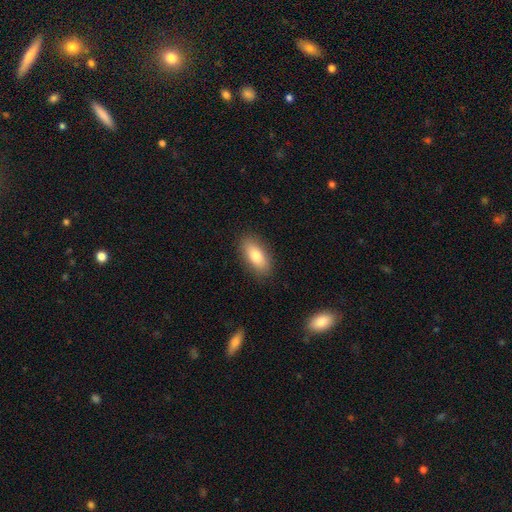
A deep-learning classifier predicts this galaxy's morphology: Overall: smooth (79%). How rounded: in between (86%). Merging: none (87%).